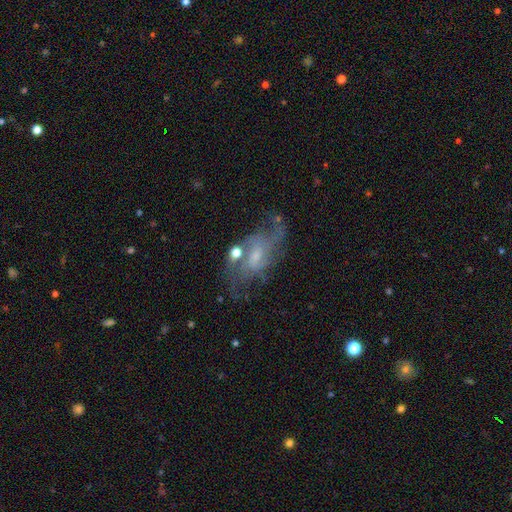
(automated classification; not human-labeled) This appears to be a featured or disk galaxy (77%) with a weak bar (46%, tied with no), 2 (46%) medium (46%) spiral arms (88%) and a small central bulge (55%). Merging: none (55%).